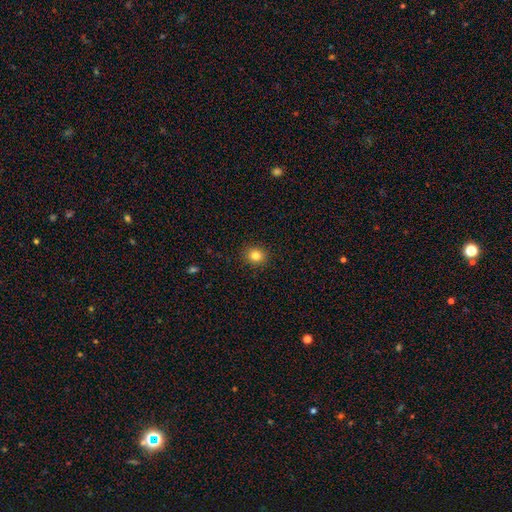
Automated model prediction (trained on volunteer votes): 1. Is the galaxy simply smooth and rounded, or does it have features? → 82% smooth, 12% star or artifact, 6% featured or disk.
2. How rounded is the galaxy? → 82% round, 17% in between, 1% cigar-shaped.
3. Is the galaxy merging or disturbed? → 91% none, 6% minor disturbance, 2% major disturbance, 1% merger.